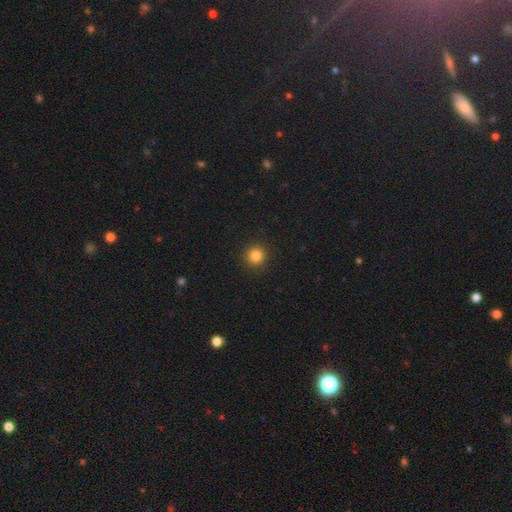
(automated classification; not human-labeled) A smooth galaxy with no disk features (84%) that is round (95%). Merging: none (92%).